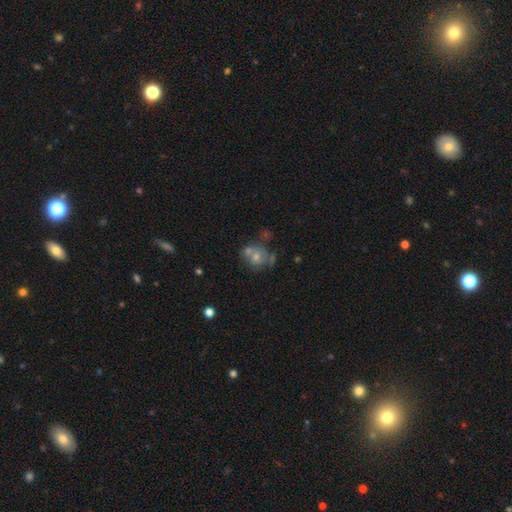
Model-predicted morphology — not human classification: Smooth or featured? smooth (54%)
How rounded? round (65%)
Merging? merger (40%)